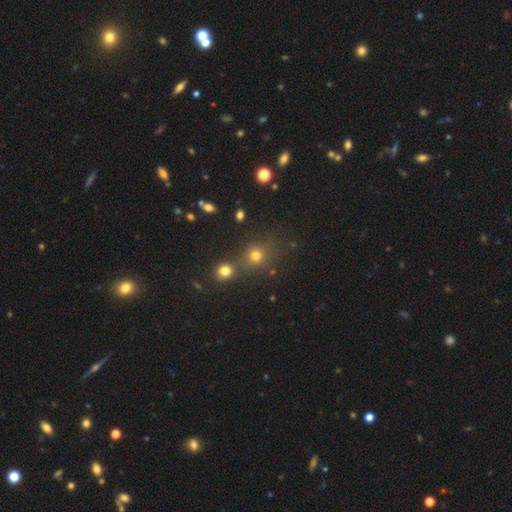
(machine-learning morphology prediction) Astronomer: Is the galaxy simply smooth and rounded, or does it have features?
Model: smooth — 67%.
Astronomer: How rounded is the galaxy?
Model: round — 82%.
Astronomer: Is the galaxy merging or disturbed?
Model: none — 63%.